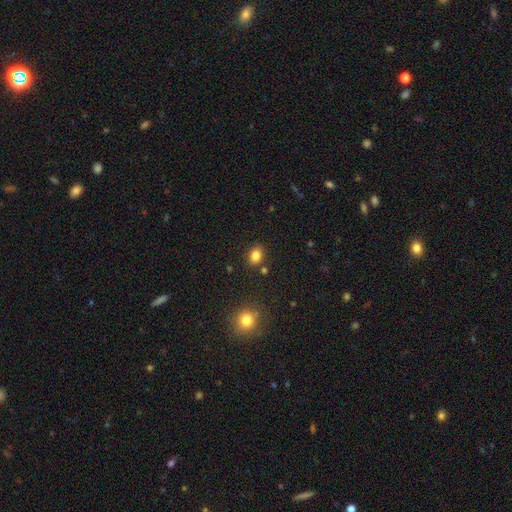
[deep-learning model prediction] This appears to be a smooth galaxy with no disk features (83%) that is in between round and cigar-shaped (62%). Merging: none (83%).